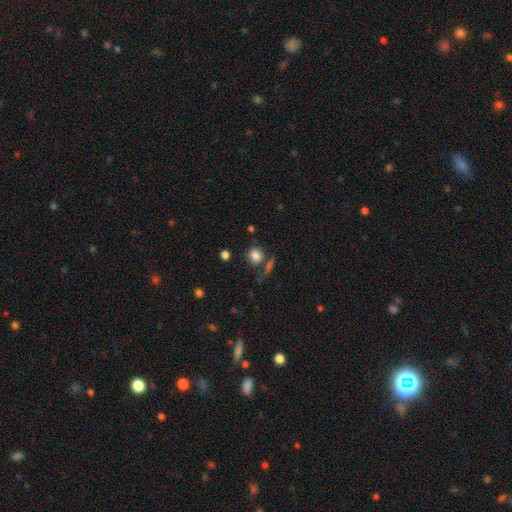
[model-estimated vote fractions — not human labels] smooth 83%, star or artifact 10%, featured or disk 7%. Down the decision tree: how rounded — round (72%); merging — none (66%).